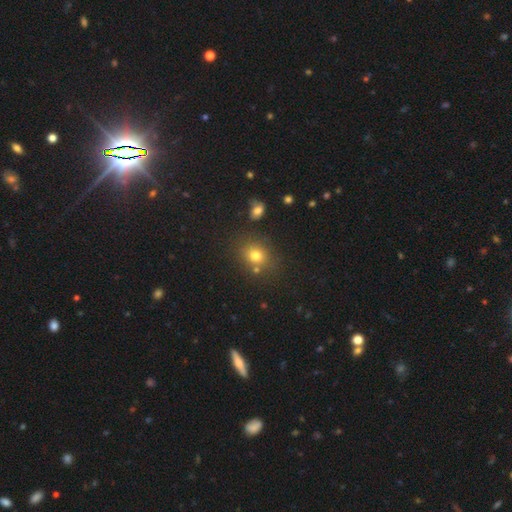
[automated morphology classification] Smooth or featured? Predicted: smooth (p=0.75). How rounded? Predicted: round (p=0.66). Merging? Predicted: none (p=0.73).